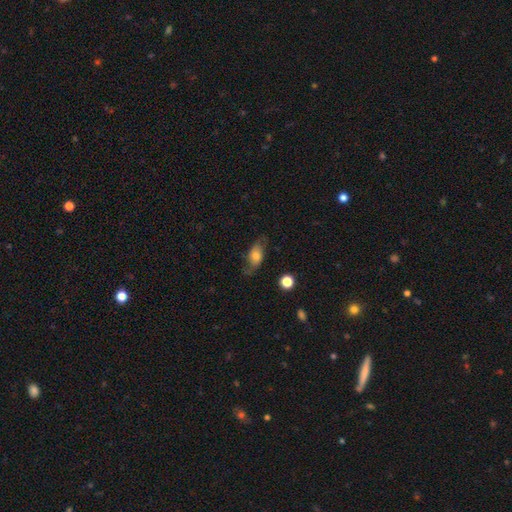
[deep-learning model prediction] The model was most divided on "smooth or featured": smooth: 57%, featured or disk: 35%, star or artifact: 9%. More confident: how rounded — in between (83%); merging — none (61%).